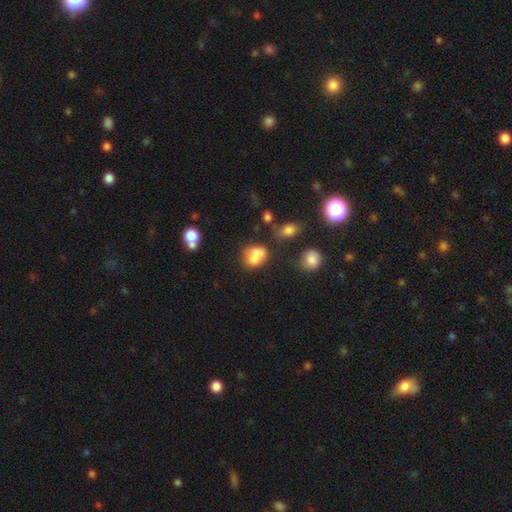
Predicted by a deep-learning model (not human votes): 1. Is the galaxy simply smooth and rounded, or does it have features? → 72% smooth, 17% featured or disk, 11% star or artifact.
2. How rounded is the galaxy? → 51% in between, 48% round, 1% cigar-shaped.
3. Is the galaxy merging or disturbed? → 38% merger (tied), 38% none (tied), 16% minor disturbance, 8% major disturbance.